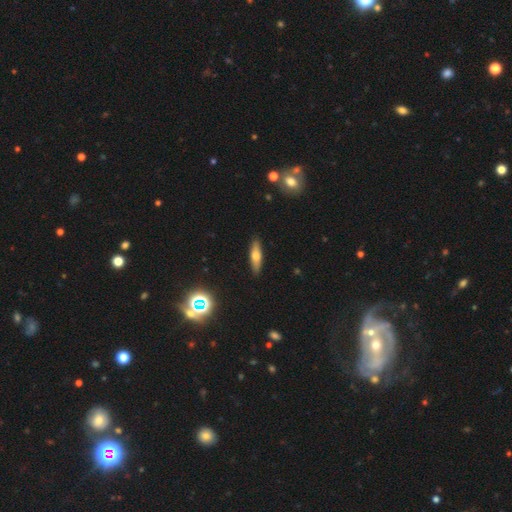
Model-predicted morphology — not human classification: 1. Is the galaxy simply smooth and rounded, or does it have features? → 56% smooth, 34% featured or disk, 10% star or artifact.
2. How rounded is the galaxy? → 62% cigar-shaped, 35% in between, 3% round.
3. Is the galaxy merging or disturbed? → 89% none, 8% minor disturbance, 2% major disturbance, 1% merger.